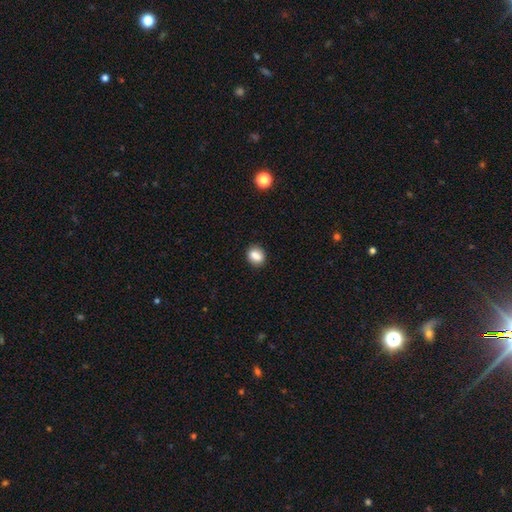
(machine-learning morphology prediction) Q: Smooth or featured?
A: smooth (85%); runner-up: star or artifact (9%)
Q: How rounded?
A: in between (55%); runner-up: round (44%)
Q: Merging?
A: none (87%); runner-up: minor disturbance (9%)